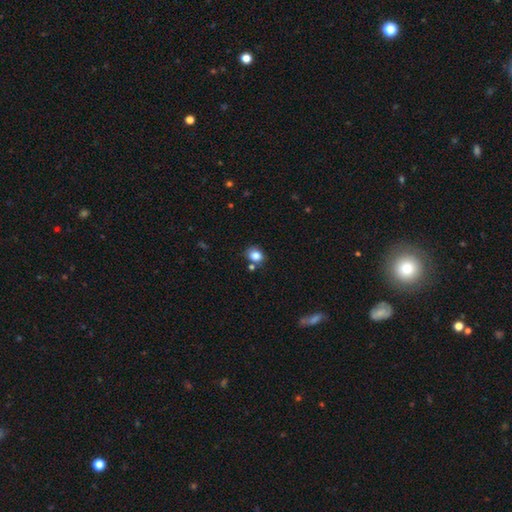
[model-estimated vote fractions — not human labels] smooth-or-featured: smooth: 82% | star or artifact: 11% | featured or disk: 7%
  how-rounded: round: 57% | in between: 43% | cigar-shaped: 1%
  merging: none: 72% | minor disturbance: 15% | merger: 10% | major disturbance: 4%